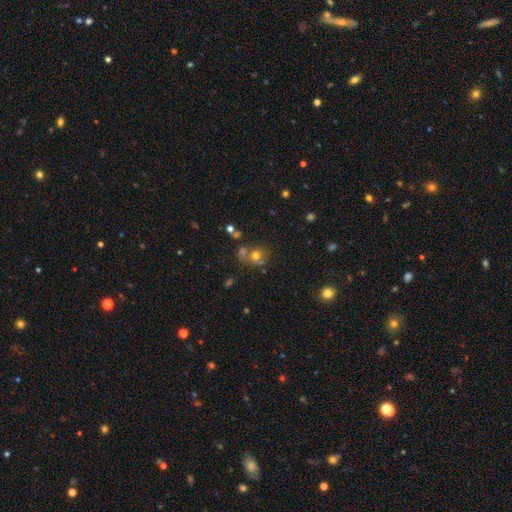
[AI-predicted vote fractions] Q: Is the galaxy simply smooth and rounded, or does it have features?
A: smooth — 64%.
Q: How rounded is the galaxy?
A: round — 79%.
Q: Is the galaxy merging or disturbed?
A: none — 53%.